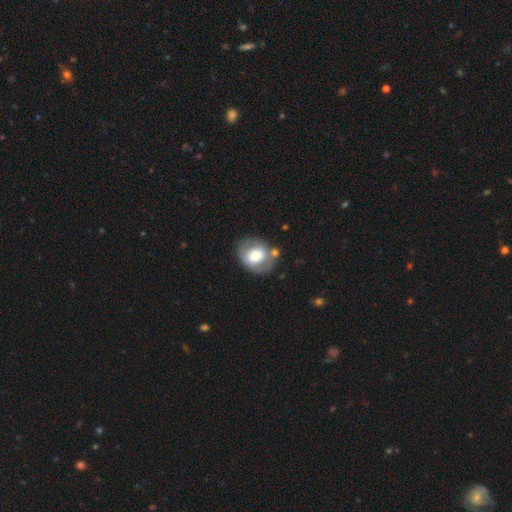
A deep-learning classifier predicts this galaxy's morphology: Overall: smooth (58%; featured or disk 35%). How rounded: round (54%; in between 45%). Merging: none (67%).